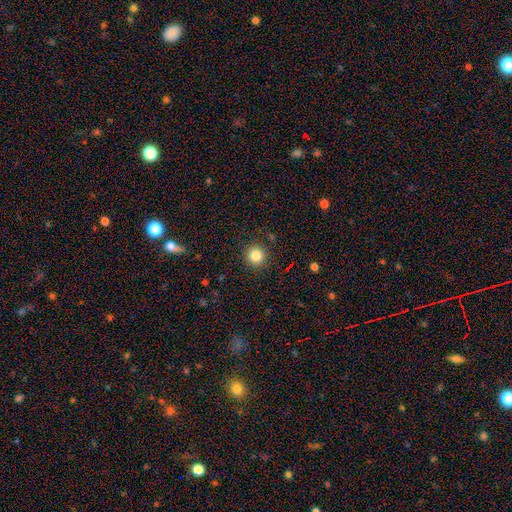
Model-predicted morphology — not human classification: A smooth galaxy with no disk features (83%) that is round (94%).

Vote fractions:
- Smooth or featured? smooth: 83% / star or artifact: 12% / featured or disk: 5%
- How rounded? round: 94% / in between: 5% / cigar-shaped: 1%
- Merging? none: 90% / minor disturbance: 6% / major disturbance: 2% / merger: 1%